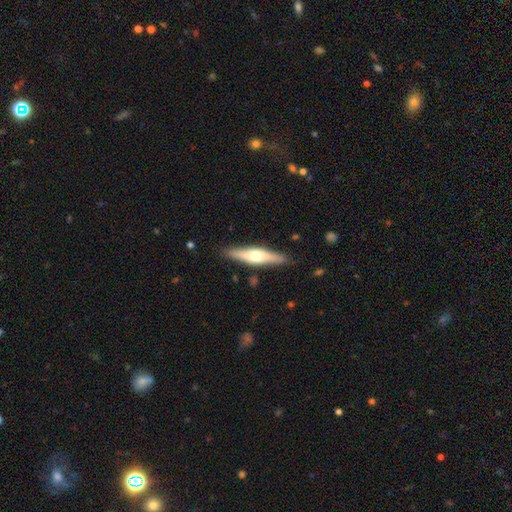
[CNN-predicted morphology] This is possibly a featured or disk galaxy (55%). It is clearly viewed edge-on (92%). Edge-on bulge: clearly rounded (89%). Merging: clearly none (87%).